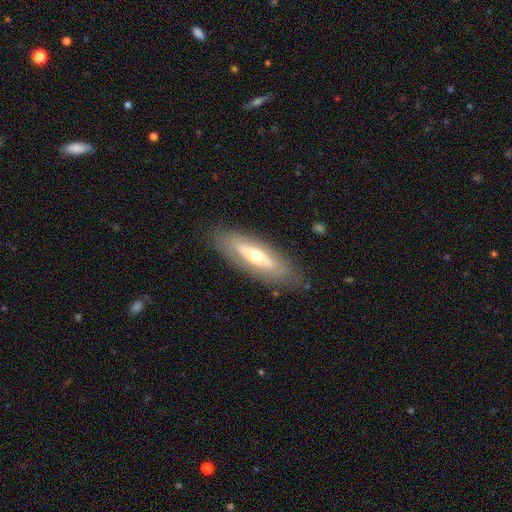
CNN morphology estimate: type=featured or disk (55%); edge-on=no (58%); merging=none (82%).